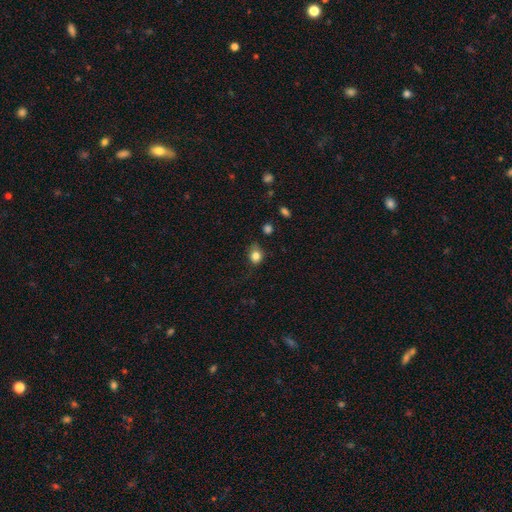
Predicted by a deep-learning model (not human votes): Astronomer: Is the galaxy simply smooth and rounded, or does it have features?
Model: smooth — 83%.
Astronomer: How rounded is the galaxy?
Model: round — 56% (runner-up: in between, 43%).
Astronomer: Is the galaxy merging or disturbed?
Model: none — 65%.